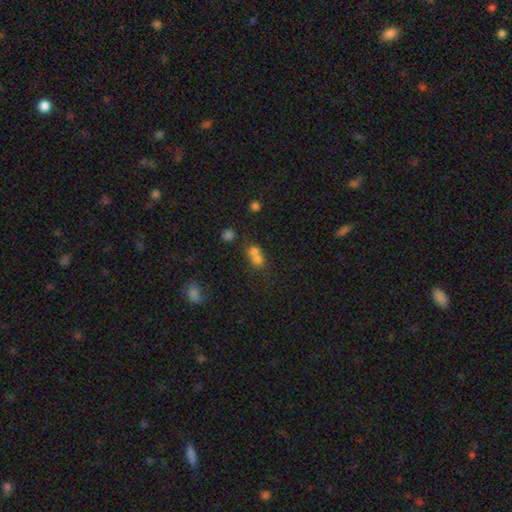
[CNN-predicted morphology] smooth_or_featured: smooth (p=0.70) [alt: star or artifact p=0.15]
how_rounded: round (p=0.73) [alt: in between p=0.25]
merging: merger (p=0.63) [alt: none p=0.28]